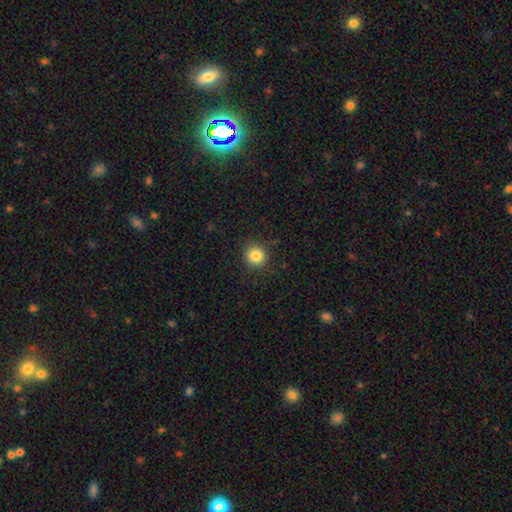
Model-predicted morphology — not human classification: A smooth galaxy with no disk features (83%) that is round (92%).

Vote fractions:
- Smooth or featured? smooth: 83% / star or artifact: 11% / featured or disk: 5%
- How rounded? round: 92% / in between: 7% / cigar-shaped: 1%
- Merging? none: 89% / minor disturbance: 8% / major disturbance: 3% / merger: 1%